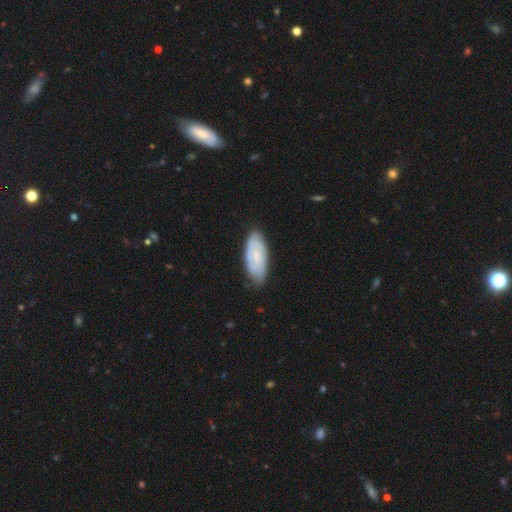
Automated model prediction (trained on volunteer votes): featured or disk 59%, smooth 35%, star or artifact 6%. Down the decision tree: edge-on disk — no (92%); bar — no (67%); spiral arms — yes (86%); bulge size — small (64%); merging — none (77%).